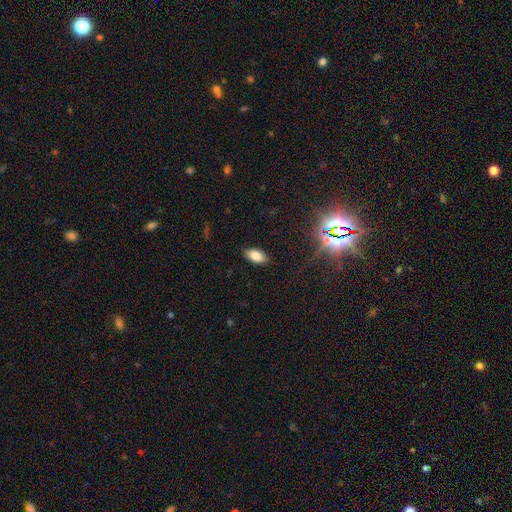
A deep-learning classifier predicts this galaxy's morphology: The model was most divided on "smooth or featured": smooth: 77%, featured or disk: 12%, star or artifact: 11%. More confident: how rounded — in between (91%); merging — none (87%).